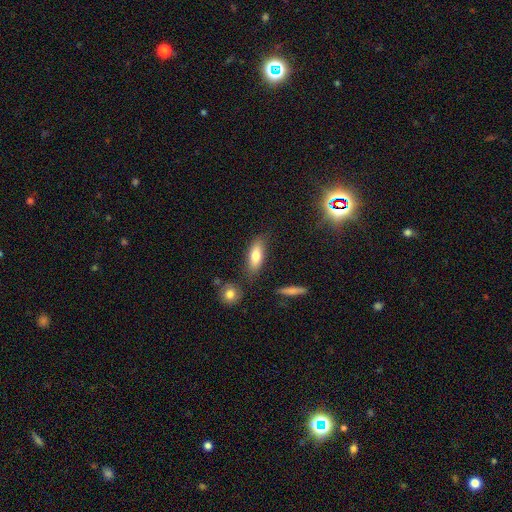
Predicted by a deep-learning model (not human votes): The model was most divided on "how rounded": in between: 70%, cigar-shaped: 27%, round: 3%. More confident: merging — none (76%); smooth or featured — smooth (74%).